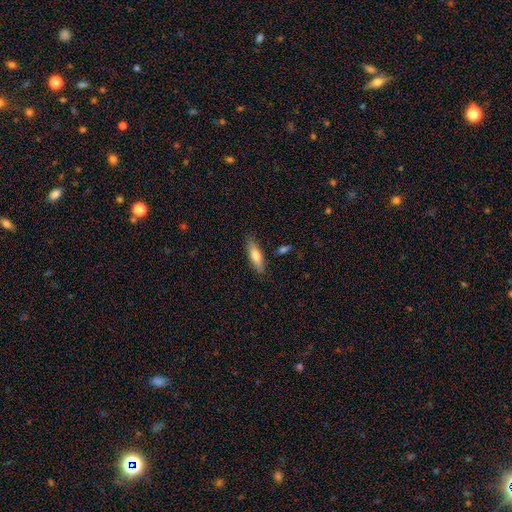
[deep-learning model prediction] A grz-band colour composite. It shows a smooth galaxy with no disk features (67%) that is cigar-shaped (60%). Merging: none (82%).